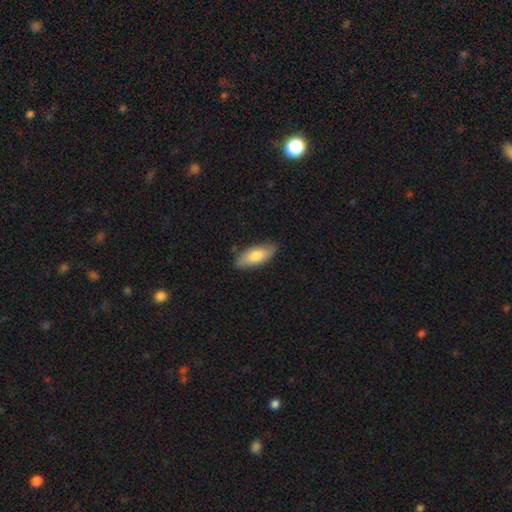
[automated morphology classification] Smooth or featured? Predicted: smooth (p=0.75). How rounded? Predicted: in between (p=0.81). Merging? Predicted: none (p=0.83).